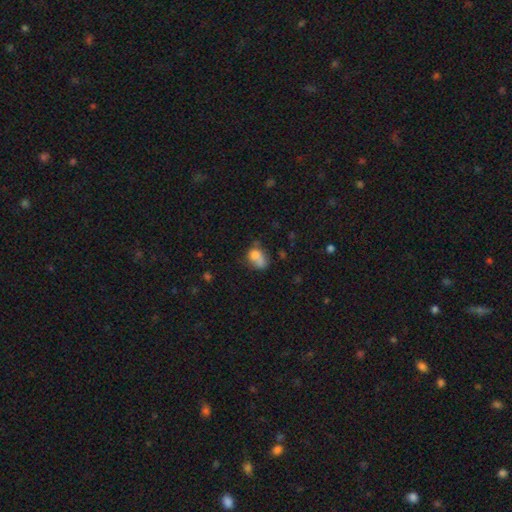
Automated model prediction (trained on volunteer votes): Morphology: type=smooth (73%); roundness=in between (64%); merging=none (30%).